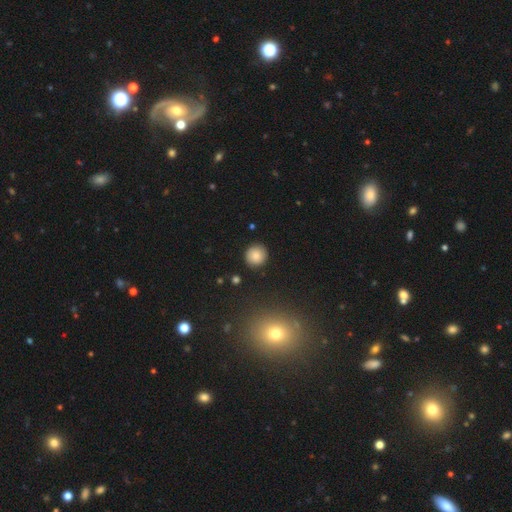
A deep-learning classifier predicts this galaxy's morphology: smooth-or-featured: smooth: 83% | star or artifact: 10% | featured or disk: 7%
  how-rounded: round: 91% | in between: 8% | cigar-shaped: 1%
  merging: none: 90% | minor disturbance: 7% | major disturbance: 2% | merger: 1%